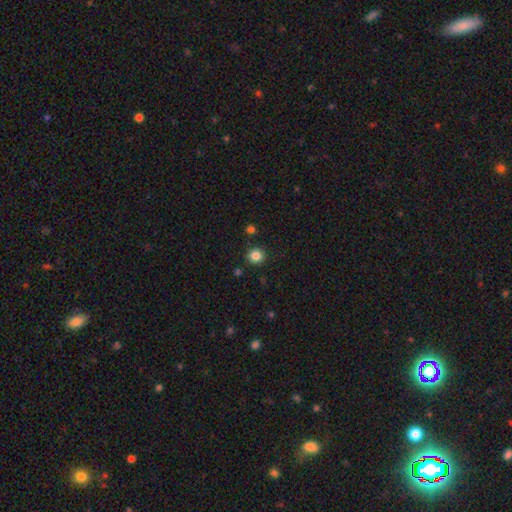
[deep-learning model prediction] Smooth or featured: smooth — 84% (star or artifact — 11%)
How rounded: round — 89% (in between — 10%)
Merging: none — 90% (minor disturbance — 6%)